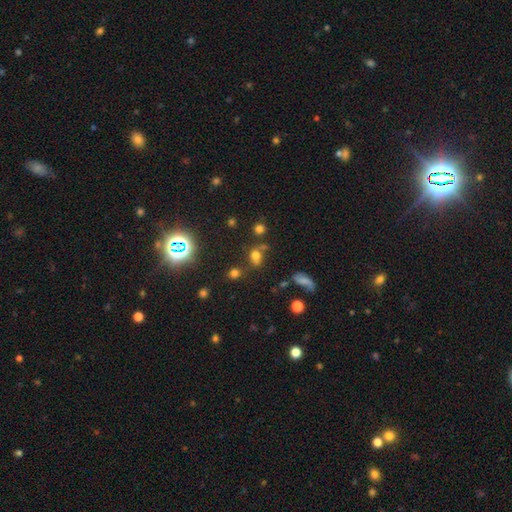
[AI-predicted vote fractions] This appears to be a smooth galaxy with no disk features (59%) that is in between round and cigar-shaped (50%). Merging: none (54%).